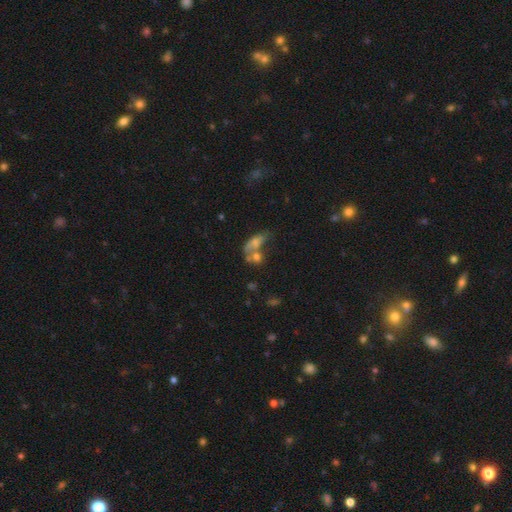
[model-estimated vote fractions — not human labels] Smooth or featured? smooth (48%)
Merging? merger (49%)